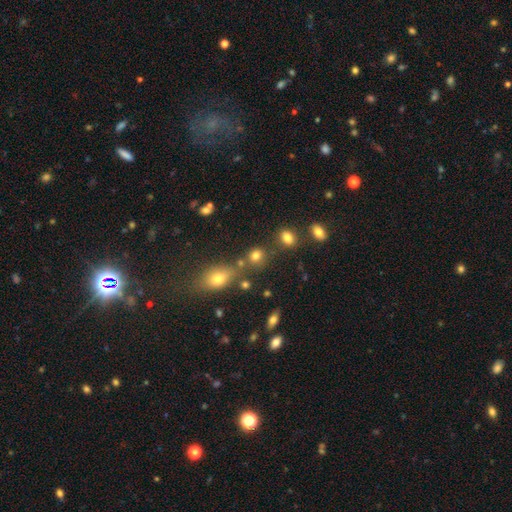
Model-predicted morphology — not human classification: smooth 78%, star or artifact 15%, featured or disk 8%. Down the decision tree: how rounded — round (73%); merging — none (65%).